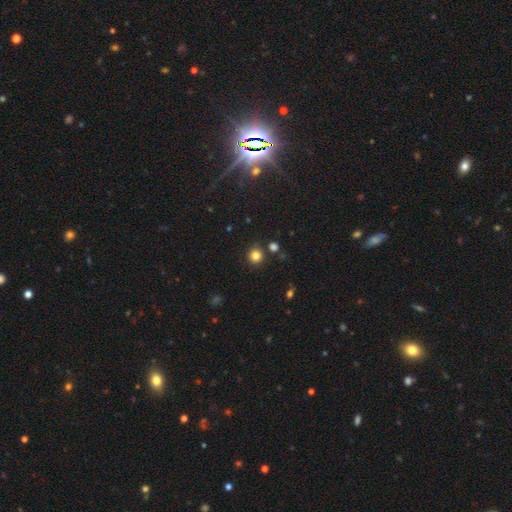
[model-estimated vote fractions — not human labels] Q: Smooth or featured?
A: smooth (82%); runner-up: star or artifact (13%)
Q: How rounded?
A: round (92%); runner-up: in between (7%)
Q: Merging?
A: none (86%); runner-up: minor disturbance (7%)